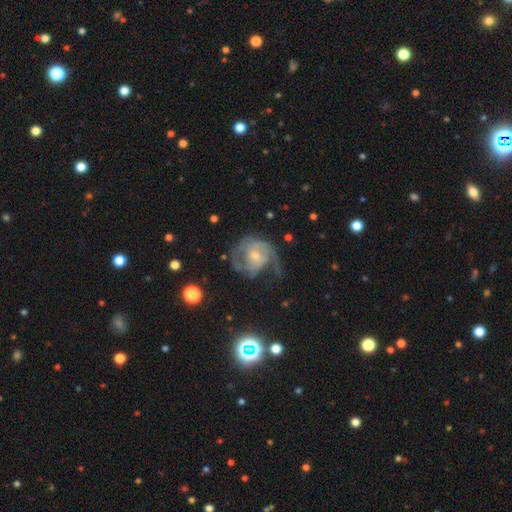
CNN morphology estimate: Smooth or featured?
  - featured or disk: 81% *
  - smooth: 13%
  - star or artifact: 6%
Edge-on disk?
  - no: 98% *
  - yes: 2%
Bar?
  - no: 58% *
  - weak: 35%
  - strong: 7%
Spiral arms?
  - yes: 91% *
  - no: 9%
Spiral winding?
  - medium: 45% *
  - tight: 32%
  - loose: 24%
Spiral arm count?
  - 2: 45% *
  - can't tell: 20%
  - 3: 14%
  - 1: 13%
  - 4: 4%
  - more than 4: 4%
Bulge size?
  - small: 54% *
  - moderate: 39%
  - none: 3%
  - large: 3%
  - dominant: 1%
Merging?
  - none: 44% *
  - major disturbance: 32%
  - minor disturbance: 22%
  - merger: 3%